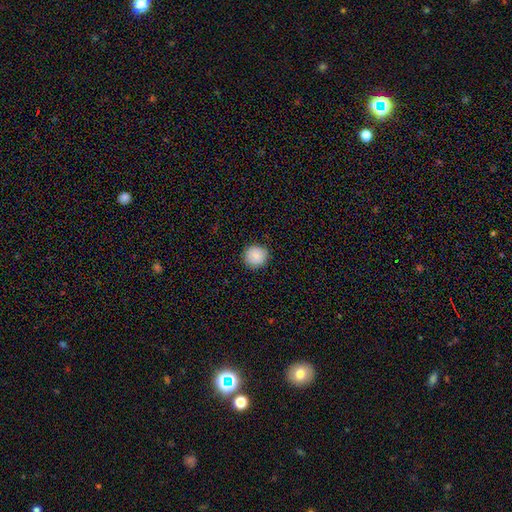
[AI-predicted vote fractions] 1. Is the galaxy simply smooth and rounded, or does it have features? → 88% smooth, 8% star or artifact, 4% featured or disk.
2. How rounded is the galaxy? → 92% round, 7% in between, 1% cigar-shaped.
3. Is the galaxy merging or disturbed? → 89% none, 8% minor disturbance, 2% major disturbance, 1% merger.